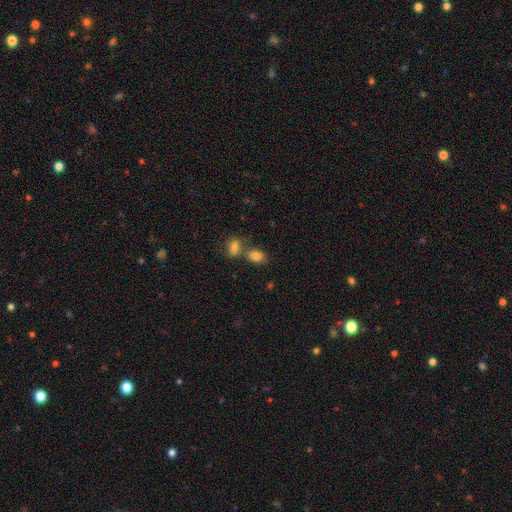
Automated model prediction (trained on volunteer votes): Morphology: type=smooth (82%); roundness=in between (83%); merging=none (48%).